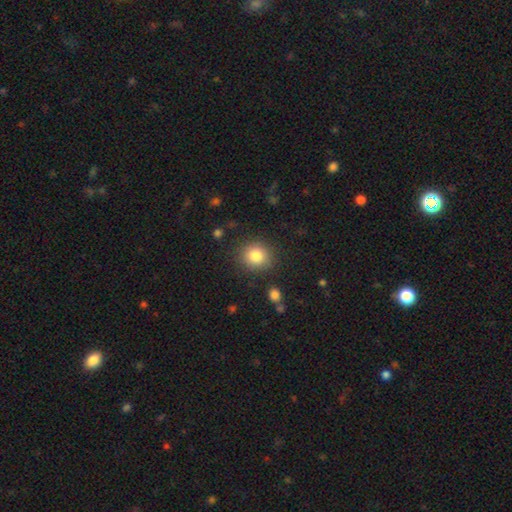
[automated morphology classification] Smooth or featured: smooth — 83% (star or artifact — 10%)
How rounded: round — 82% (in between — 18%)
Merging: none — 86% (minor disturbance — 8%)